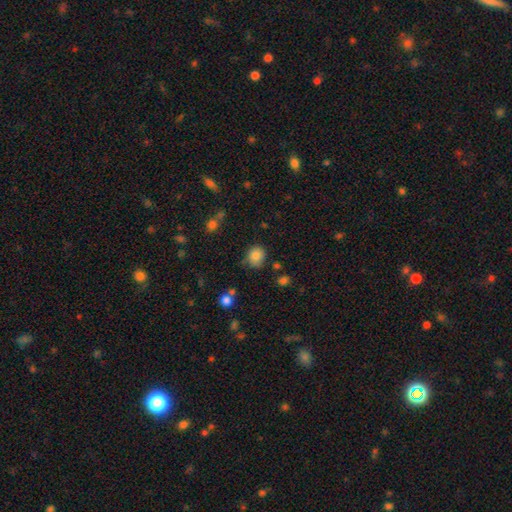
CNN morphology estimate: This is clearly a smooth galaxy (84%). How rounded: likely round (78%). Merging: likely none (77%).